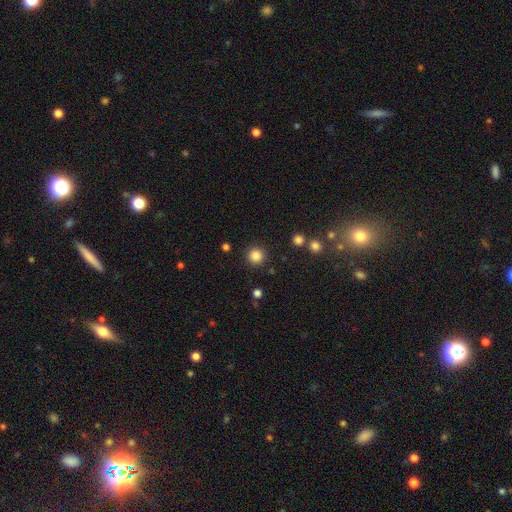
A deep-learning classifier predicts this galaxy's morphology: smooth-or-featured: smooth: 85% | star or artifact: 12% | featured or disk: 4%
  how-rounded: round: 95% | in between: 4% | cigar-shaped: 1%
  merging: none: 90% | minor disturbance: 5% | major disturbance: 2% | merger: 2%